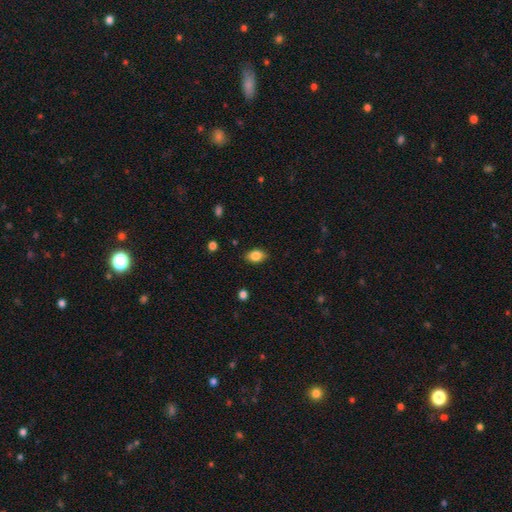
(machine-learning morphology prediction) Smooth or featured? Predicted: smooth (p=0.85). How rounded? Predicted: in between (p=0.82). Merging? Predicted: none (p=0.86).